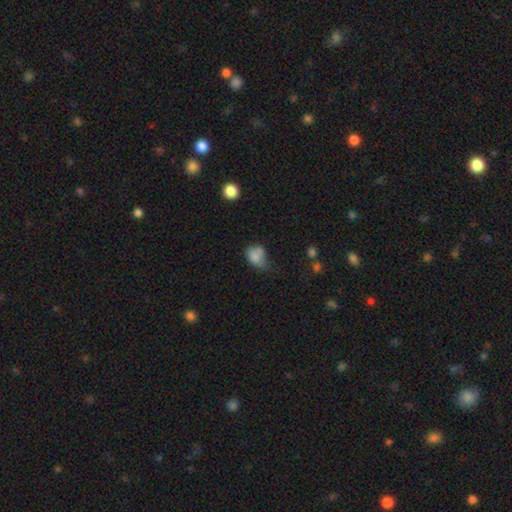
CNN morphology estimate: The model was most divided on "merging": minor disturbance: 35%, none: 29%, major disturbance: 21%, merger: 15%. More confident: smooth or featured — smooth (77%); how rounded — in between (67%).